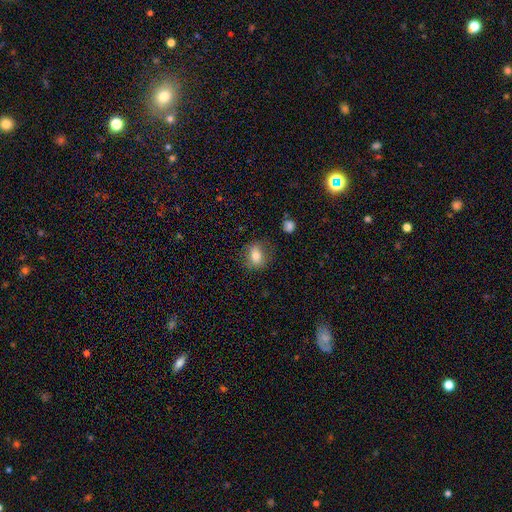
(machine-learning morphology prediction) A smooth galaxy with no disk features (76%) that is in between round and cigar-shaped (54%). Merging: none (75%).